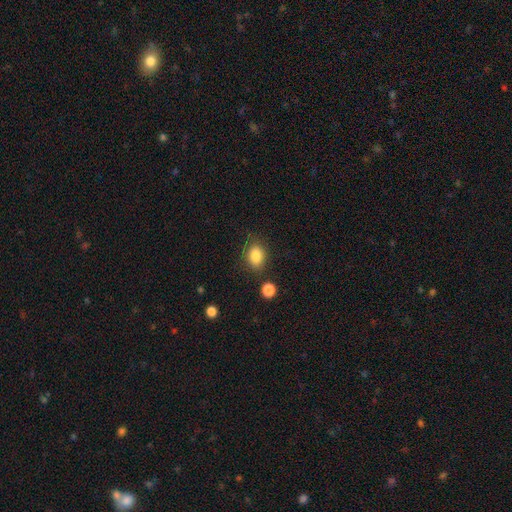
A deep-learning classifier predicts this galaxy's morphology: type=smooth (85%); roundness=in between (66%); merging=none (78%).